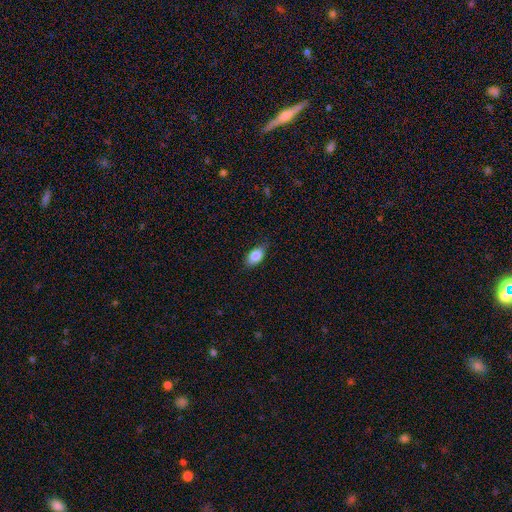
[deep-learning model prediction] A smooth galaxy with no disk features (84%) that is in between round and cigar-shaped (90%). Merging: none (76%).